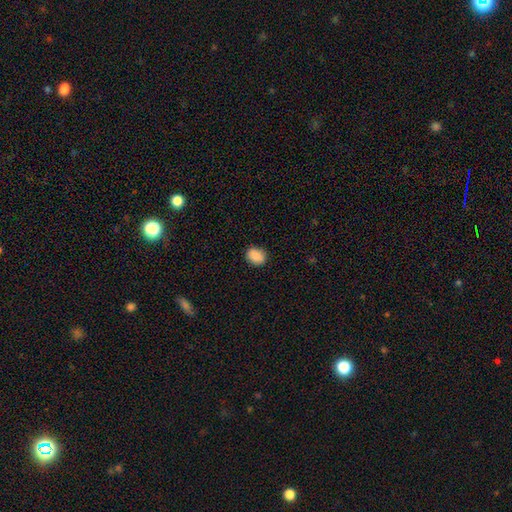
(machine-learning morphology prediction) Smooth or featured? smooth (88%)
How rounded? in between (50%)
Merging? none (88%)